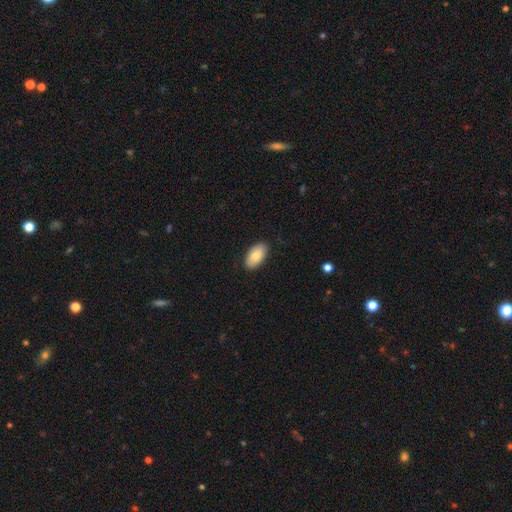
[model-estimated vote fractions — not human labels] Q: Smooth or featured?
A: smooth (82%); runner-up: featured or disk (12%)
Q: How rounded?
A: in between (95%); runner-up: round (3%)
Q: Merging?
A: none (88%); runner-up: minor disturbance (9%)